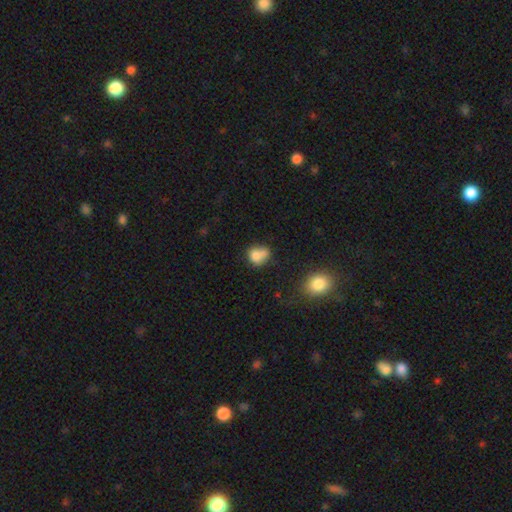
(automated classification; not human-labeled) A smooth galaxy with no disk features (75%) that is round (59%).

Vote fractions:
- Smooth or featured? smooth: 75% / featured or disk: 14% / star or artifact: 11%
- How rounded? round: 59% / in between: 40% / cigar-shaped: 1%
- Merging? merger: 36% / none: 35% / minor disturbance: 19% / major disturbance: 10%